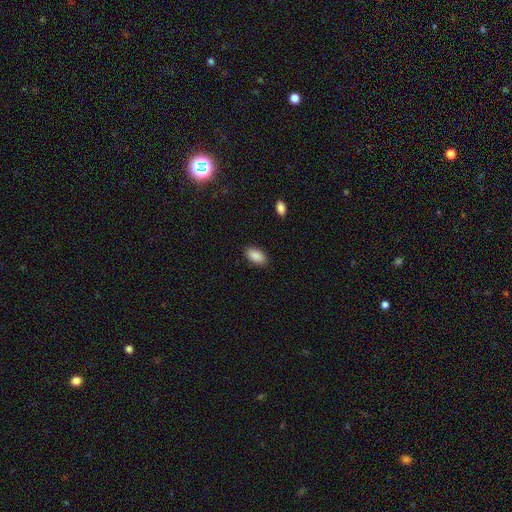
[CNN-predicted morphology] A smooth galaxy with no disk features (89%) that is in between round and cigar-shaped (94%).

Vote fractions:
- Smooth or featured? smooth: 89% / star or artifact: 7% / featured or disk: 4%
- How rounded? in between: 94% / round: 3% / cigar-shaped: 3%
- Merging? none: 88% / minor disturbance: 9% / major disturbance: 2% / merger: 1%